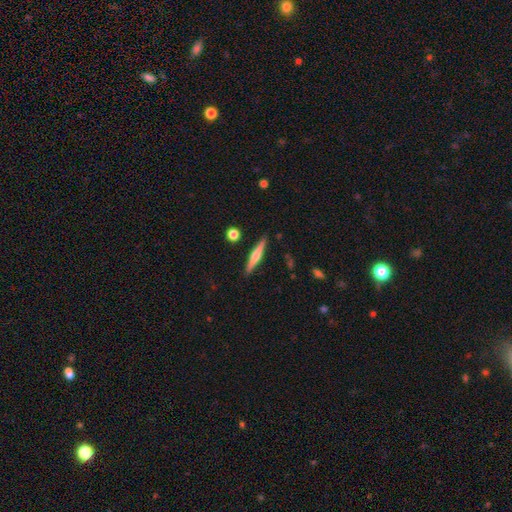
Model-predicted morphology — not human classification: smooth-or-featured: featured or disk: 56% | smooth: 38% | star or artifact: 6%
  disk-edge-on: yes: 97% | no: 3%
    edge-on-bulge: rounded: 80% | none: 11% | boxy: 8%
  merging: none: 89% | minor disturbance: 8% | merger: 2% | major disturbance: 2%